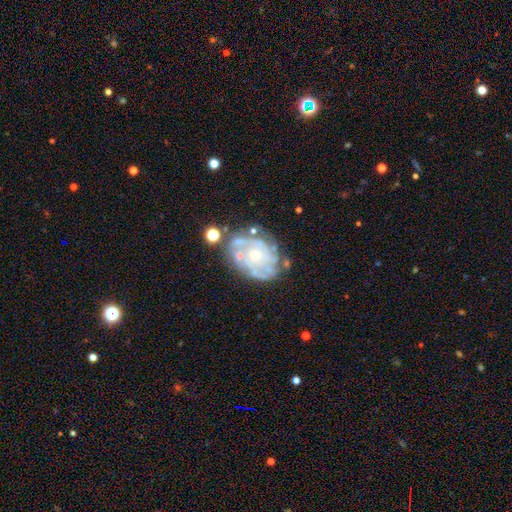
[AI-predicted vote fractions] Smooth or featured? featured or disk (85%)
Edge-on disk? no (97%)
Bar? no (81%)
Spiral arms? yes (91%)
Spiral winding? tight (66%)
Spiral arm count? can't tell (35%)
Bulge size? small (70%)
Merging? none (63%)